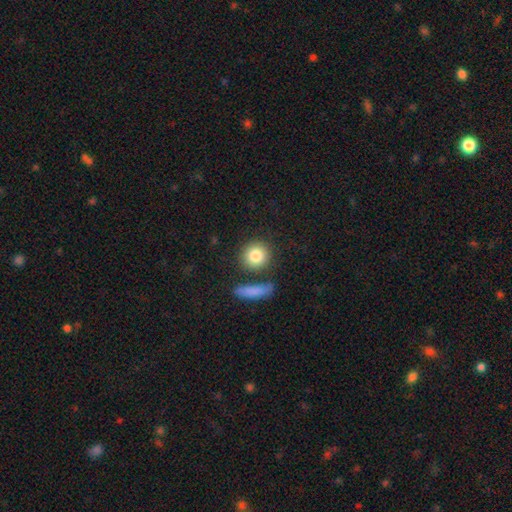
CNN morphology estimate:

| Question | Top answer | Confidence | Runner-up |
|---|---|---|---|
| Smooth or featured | smooth | 84% | featured or disk (9%) |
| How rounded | round | 87% | in between (11%) |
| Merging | none | 75% | minor disturbance (10%) |